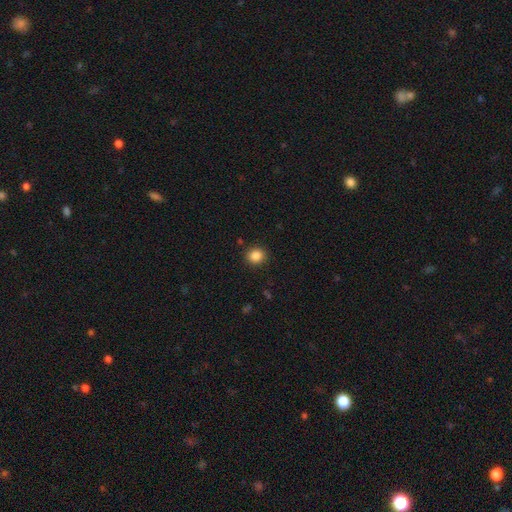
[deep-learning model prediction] smooth_or_featured: smooth (p=0.86) [alt: star or artifact p=0.10]
how_rounded: round (p=0.83) [alt: in between p=0.16]
merging: none (p=0.90) [alt: minor disturbance p=0.07]